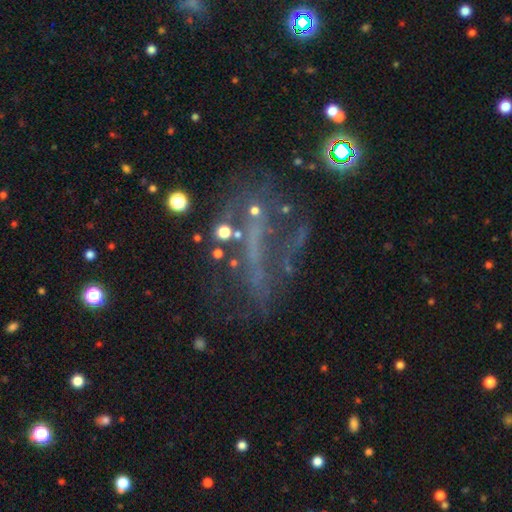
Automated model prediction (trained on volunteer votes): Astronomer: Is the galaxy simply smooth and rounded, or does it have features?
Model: featured or disk — 47% (runner-up: star or artifact, 34%).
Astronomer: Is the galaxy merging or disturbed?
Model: none — 42% (runner-up: major disturbance, 32%).